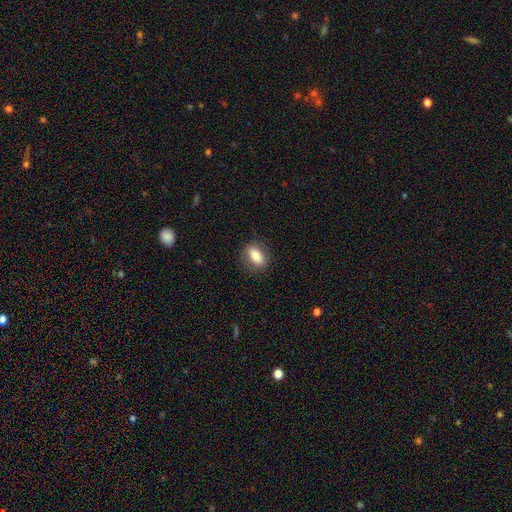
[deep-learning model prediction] Smooth or featured: smooth — 79% (featured or disk — 13%)
How rounded: in between — 81% (round — 15%)
Merging: none — 84% (minor disturbance — 12%)